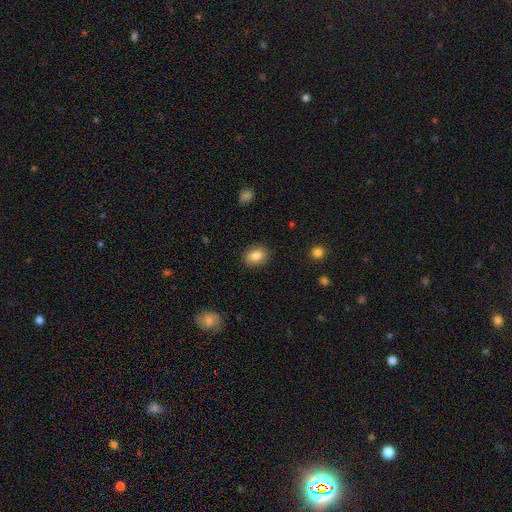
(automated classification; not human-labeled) smooth-or-featured: smooth: 85% | star or artifact: 8% | featured or disk: 6%
  how-rounded: in between: 70% | round: 29% | cigar-shaped: 1%
  merging: none: 87% | minor disturbance: 9% | major disturbance: 2% | merger: 1%